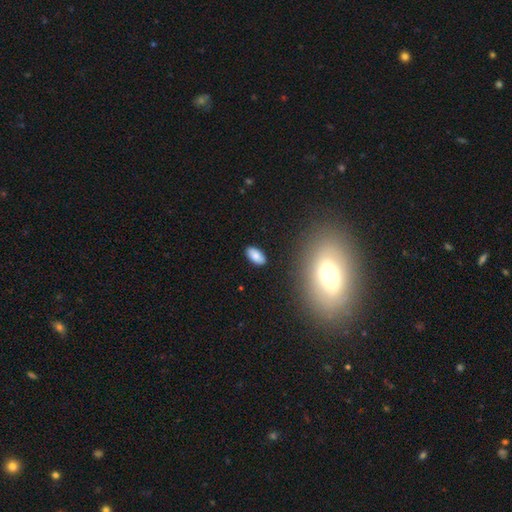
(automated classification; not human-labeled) This appears to be a smooth galaxy with no disk features (83%) that is in between round and cigar-shaped (93%). Merging: none (87%).